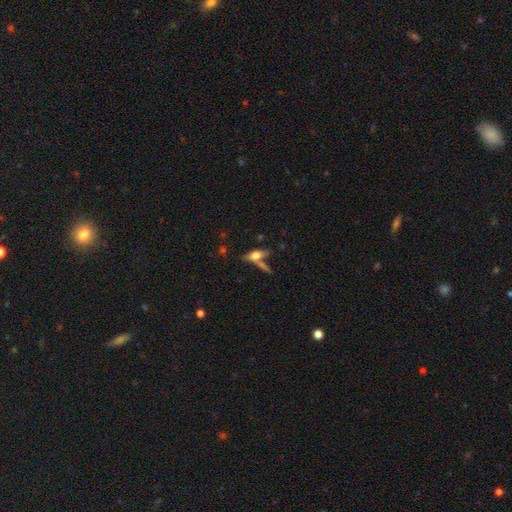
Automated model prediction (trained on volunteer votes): smooth_or_featured: smooth (p=0.52) [alt: featured or disk p=0.38]
how_rounded: cigar-shaped (p=0.48) [tied with: in between p=0.48]
merging: none (p=0.53) [alt: merger p=0.26]